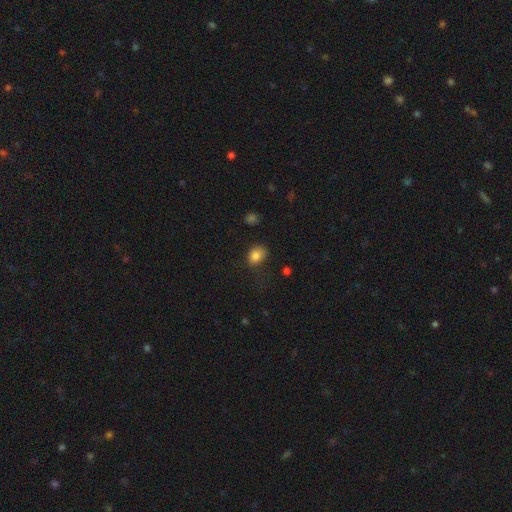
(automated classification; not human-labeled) smooth 83%, star or artifact 11%, featured or disk 6%. Down the decision tree: how rounded — in between (53%); merging — none (67%).